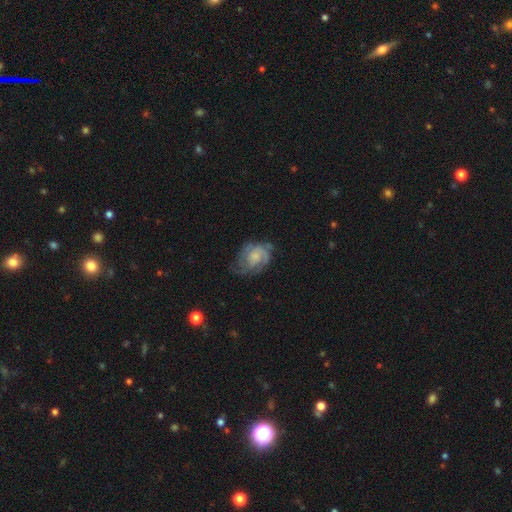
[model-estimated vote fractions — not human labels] A featured or disk galaxy (65%) with no bar (72%), tight (50%) spiral arms (86%) and a small central bulge (36%). Merging: none (51%).